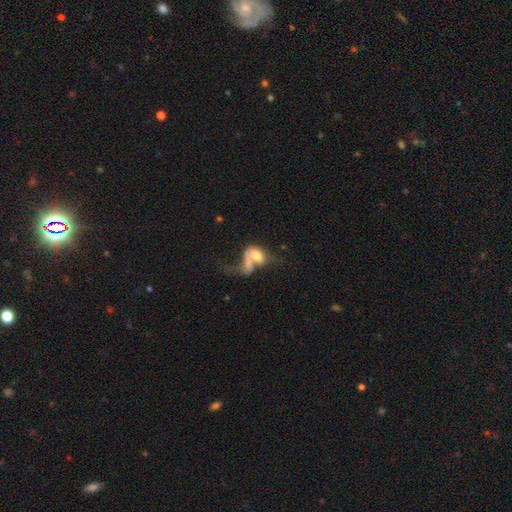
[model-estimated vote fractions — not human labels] Smooth or featured: smooth — 55% (featured or disk — 35%)
How rounded: in between — 83% (round — 11%)
Merging: merger — 50% (major disturbance — 29%)